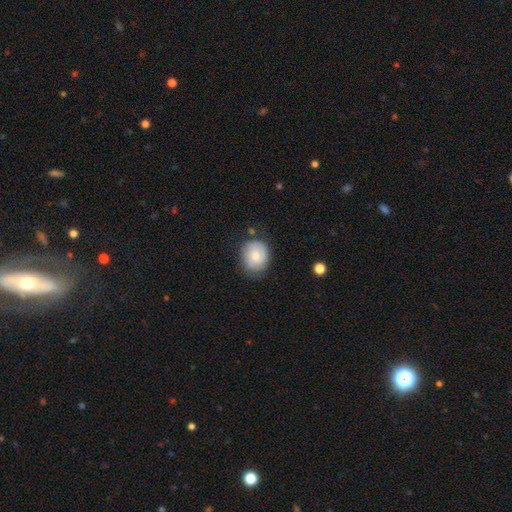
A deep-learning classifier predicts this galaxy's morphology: The model was most divided on "how rounded": round: 69%, in between: 31%, cigar-shaped: 1%. More confident: merging — none (70%); smooth or featured — smooth (70%).